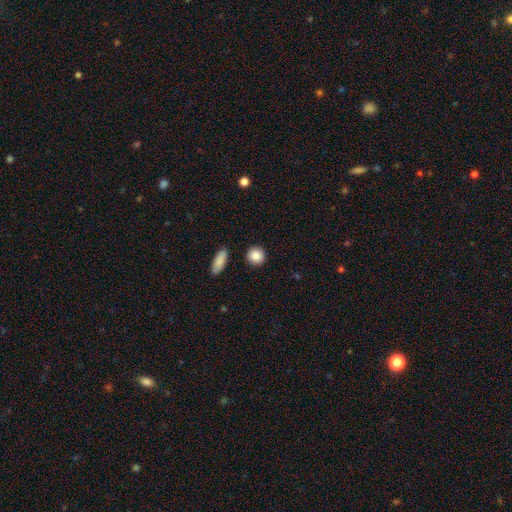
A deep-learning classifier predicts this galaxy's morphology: smooth 86%, star or artifact 8%, featured or disk 7%. Down the decision tree: how rounded — round (89%); merging — none (90%).